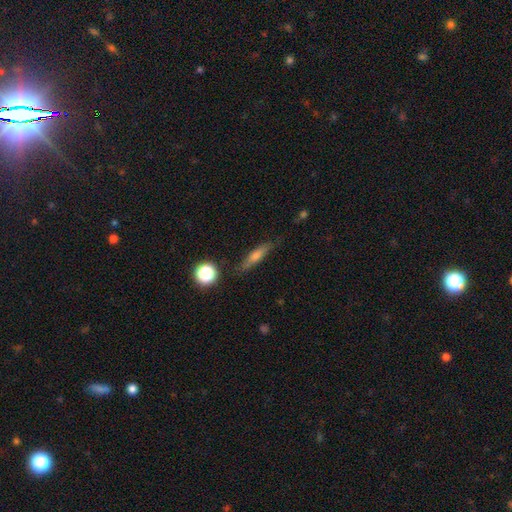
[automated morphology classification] Smooth or featured: featured or disk — 44% (tied with smooth — 44%)
Merging: none — 84% (minor disturbance — 11%)